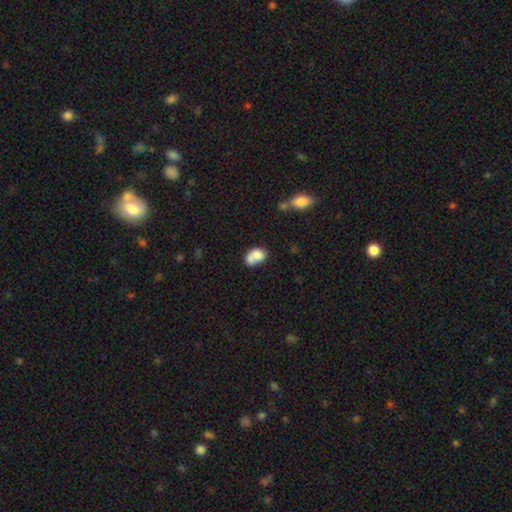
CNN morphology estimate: Overall: smooth (76%). How rounded: in between (75%). Merging: merger (41%; none 30%).